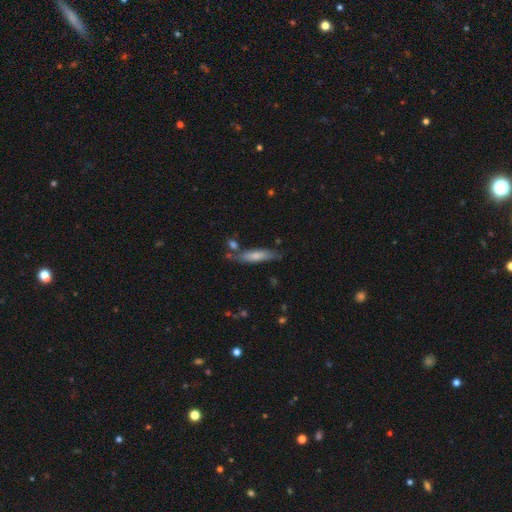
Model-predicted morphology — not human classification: smooth_or_featured: smooth (p=0.68) [alt: featured or disk p=0.26]
how_rounded: cigar-shaped (p=0.77) [alt: in between p=0.21]
merging: none (p=0.69) [alt: minor disturbance p=0.18]